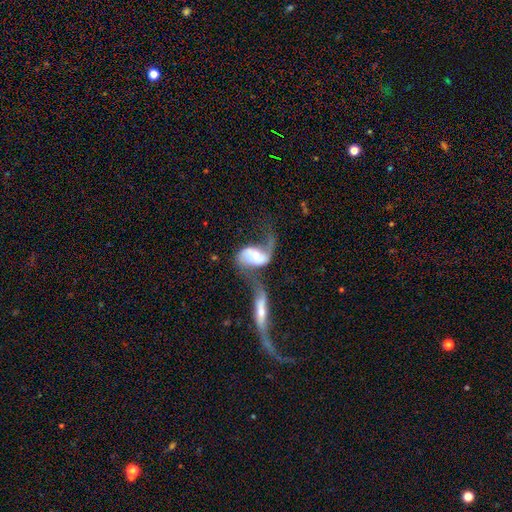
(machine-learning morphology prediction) Smooth or featured? Predicted: featured or disk (p=0.74). Edge-on disk? Predicted: no (p=0.94). Bar? Predicted: no (p=0.50). Spiral arms? Predicted: yes (p=0.87). Spiral winding? Predicted: loose (p=0.72). Spiral arm count? Predicted: 2 (p=0.78). Bulge size? Predicted: moderate (p=0.50). Merging? Predicted: merger (p=0.63).